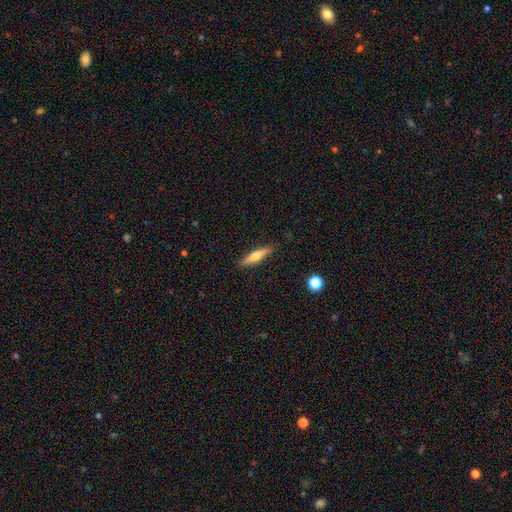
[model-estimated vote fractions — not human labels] smooth_or_featured: smooth (p=0.52) [alt: featured or disk p=0.42]
how_rounded: cigar-shaped (p=0.84) [alt: in between p=0.14]
merging: none (p=0.88) [alt: minor disturbance p=0.09]